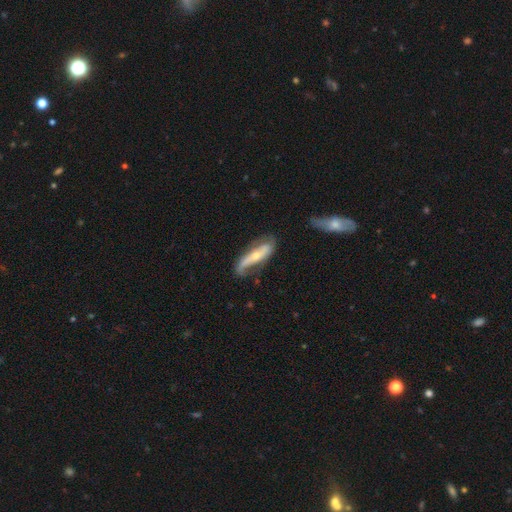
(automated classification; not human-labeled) A featured or disk galaxy (69%) with a strong bar (41%), spiral arms (83%) and a small central bulge (53%). Merging: none (58%).